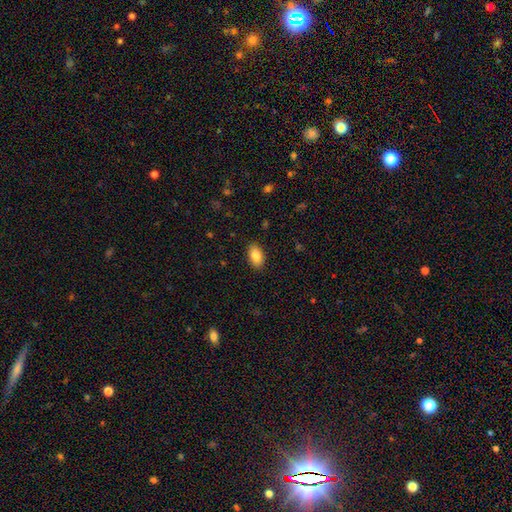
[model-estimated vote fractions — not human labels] Smooth or featured: smooth — 85% (star or artifact — 7%)
How rounded: in between — 93% (round — 5%)
Merging: none — 88% (minor disturbance — 9%)